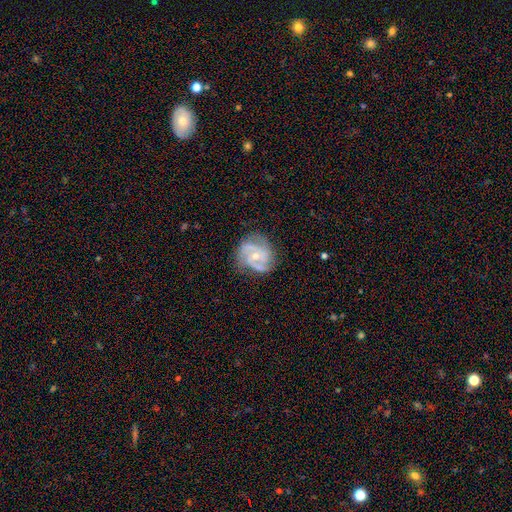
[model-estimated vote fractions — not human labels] smooth_or_featured: featured or disk (p=0.85) [alt: smooth p=0.10]
disk_edge_on: no (p=0.98) [alt: yes p=0.02]
bar: no (p=0.61) [alt: weak p=0.31]
has_spiral_arms: yes (p=0.96) [alt: no p=0.04]
spiral_winding: medium (p=0.48) [alt: tight p=0.39]
spiral_arm_count: 3 (p=0.41) [alt: 2 p=0.40]
bulge_size: small (p=0.50) [alt: moderate p=0.47]
merging: none (p=0.71) [alt: minor disturbance p=0.20]